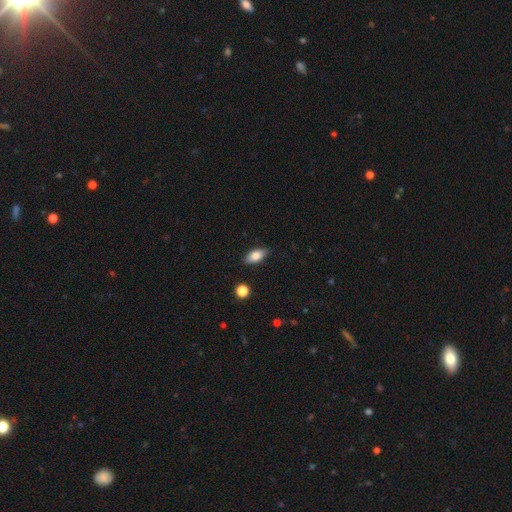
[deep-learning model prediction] Smooth or featured? smooth (79%)
How rounded? in between (87%)
Merging? none (87%)